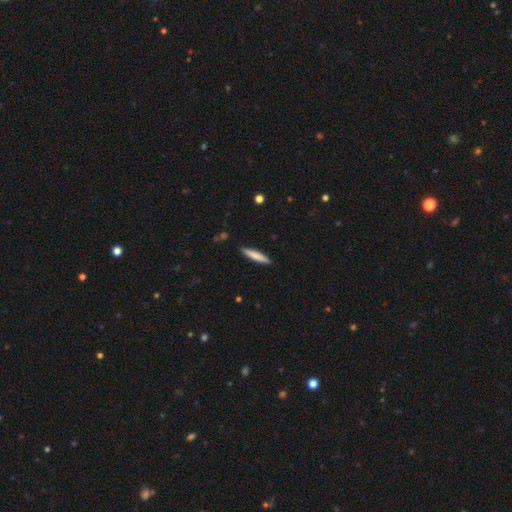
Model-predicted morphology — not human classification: Smooth or featured? Predicted: smooth (p=0.77). How rounded? Predicted: cigar-shaped (p=0.92). Merging? Predicted: none (p=0.90).